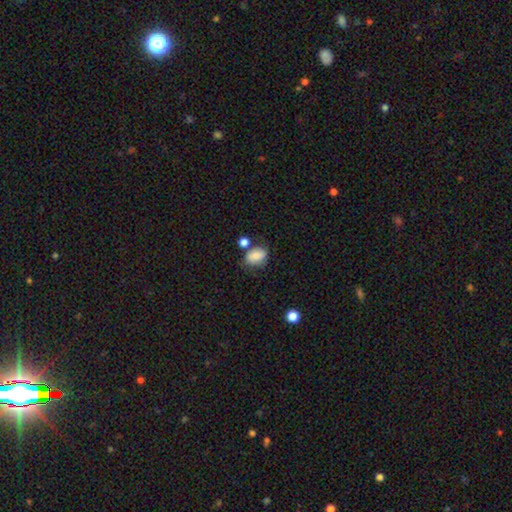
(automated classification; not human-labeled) Smooth or featured: smooth — 82% (star or artifact — 9%)
How rounded: in between — 76% (round — 22%)
Merging: none — 54% (minor disturbance — 23%)